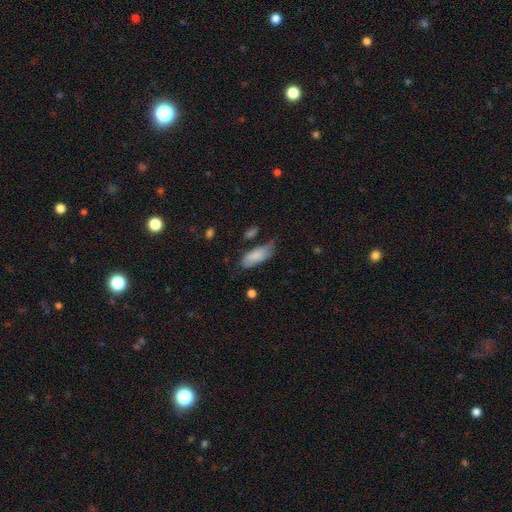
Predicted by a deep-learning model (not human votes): A smooth galaxy with no disk features (82%) that is in between round and cigar-shaped (82%). Merging: none (48%).